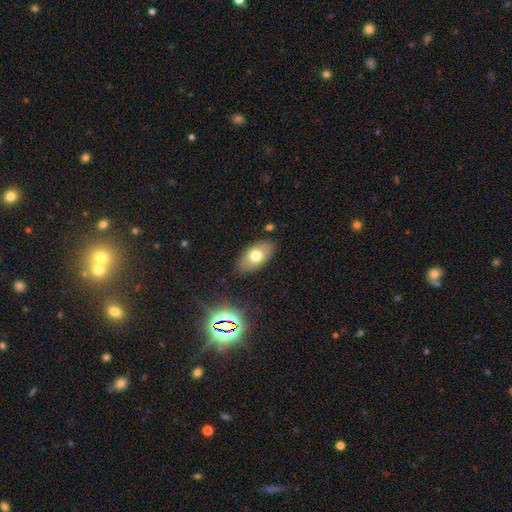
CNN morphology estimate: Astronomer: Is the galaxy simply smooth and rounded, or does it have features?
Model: smooth — 69%.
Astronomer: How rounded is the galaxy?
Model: in between — 91%.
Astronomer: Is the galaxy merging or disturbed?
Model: none — 84%.